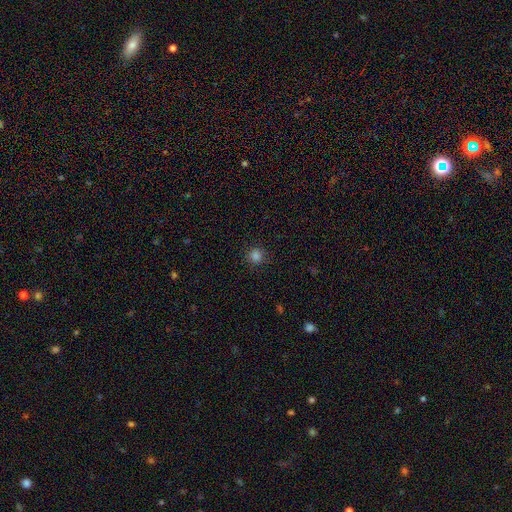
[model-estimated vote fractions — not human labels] Smooth or featured? smooth (83%)
How rounded? round (94%)
Merging? none (88%)